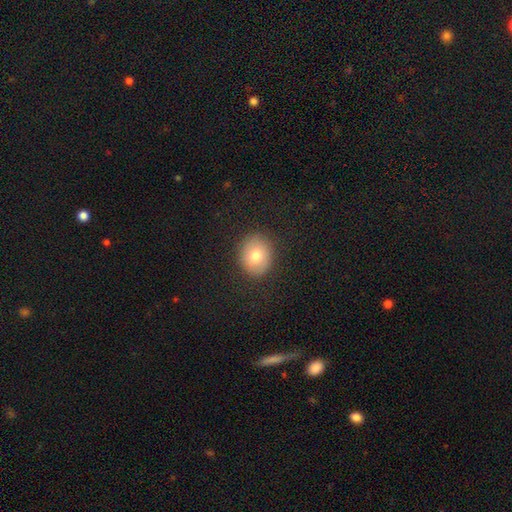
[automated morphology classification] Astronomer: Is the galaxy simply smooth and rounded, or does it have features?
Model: smooth — 75%.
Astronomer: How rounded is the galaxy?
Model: round — 72%.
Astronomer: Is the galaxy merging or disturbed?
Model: none — 88%.